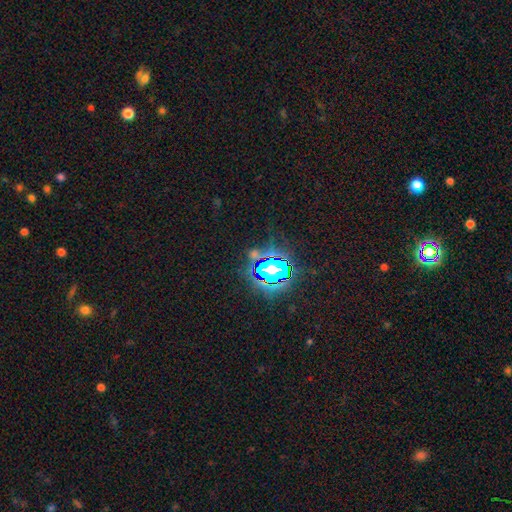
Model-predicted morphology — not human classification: Smooth or featured? star or artifact (71%)